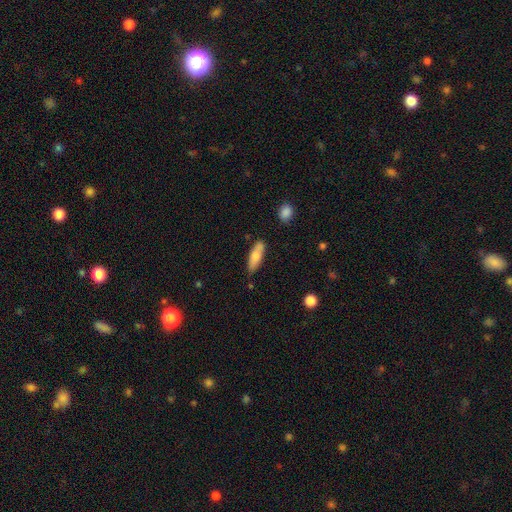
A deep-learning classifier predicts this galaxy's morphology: smooth-or-featured: smooth: 73% | featured or disk: 21% | star or artifact: 6%
  how-rounded: cigar-shaped: 50% | in between: 48% | round: 2%
  merging: none: 76% | minor disturbance: 17% | merger: 5% | major disturbance: 3%